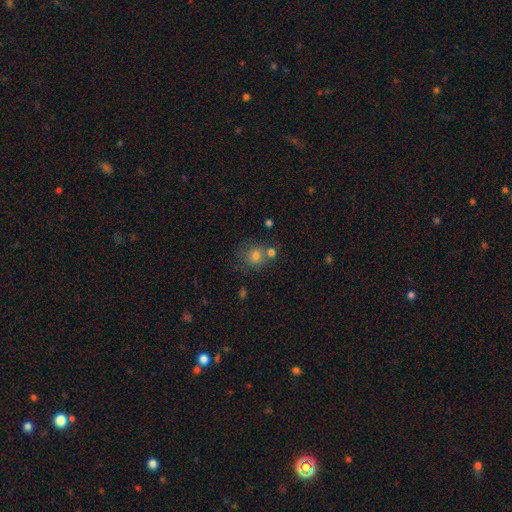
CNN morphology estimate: This is likely a smooth galaxy (71%). How rounded: likely round (76%). Merging: possibly none (58%).